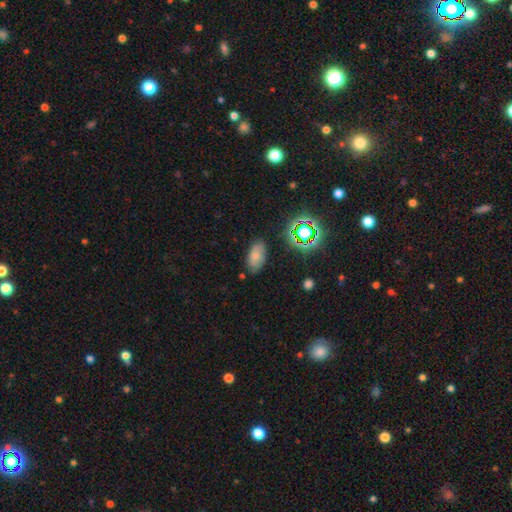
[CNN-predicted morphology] The model was most divided on "smooth or featured": smooth: 71%, star or artifact: 16%, featured or disk: 13%. More confident: how rounded — in between (92%); merging — none (78%).